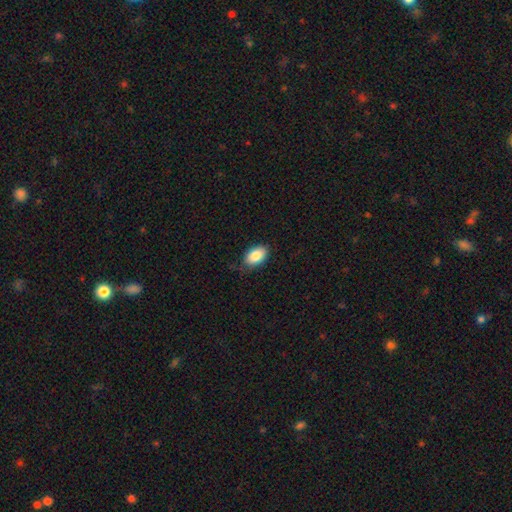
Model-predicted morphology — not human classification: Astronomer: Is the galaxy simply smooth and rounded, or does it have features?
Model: smooth — 86%.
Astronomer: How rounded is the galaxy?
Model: in between — 92%.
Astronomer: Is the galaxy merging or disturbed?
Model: none — 75%.